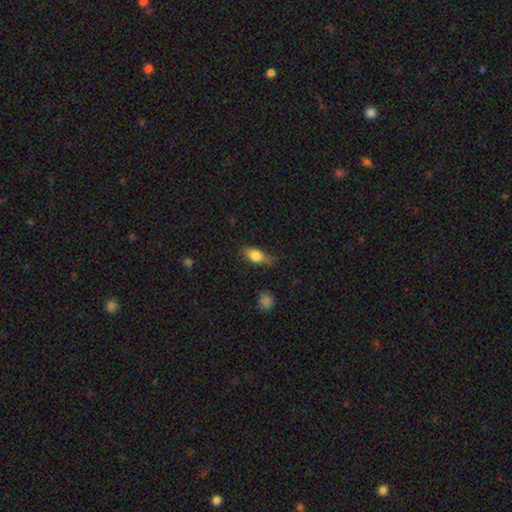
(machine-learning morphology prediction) type=smooth (78%); roundness=in between (81%); merging=none (66%).